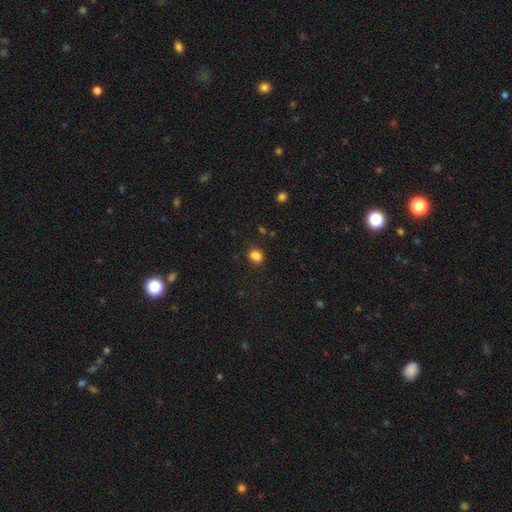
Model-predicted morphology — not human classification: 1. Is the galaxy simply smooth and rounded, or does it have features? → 85% smooth, 12% star or artifact, 4% featured or disk.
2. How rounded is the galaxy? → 63% in between, 36% round, 1% cigar-shaped.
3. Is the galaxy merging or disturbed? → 76% none, 15% minor disturbance, 5% merger, 4% major disturbance.